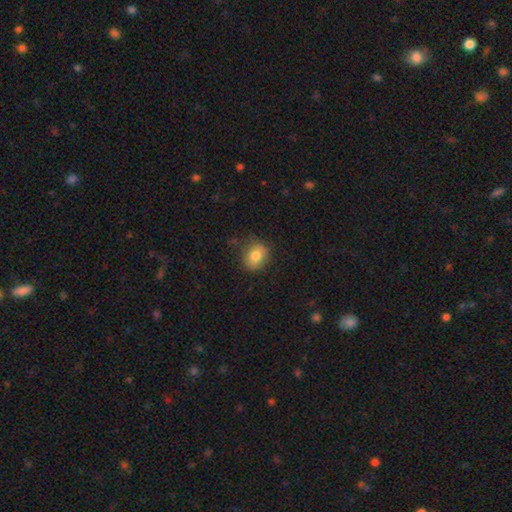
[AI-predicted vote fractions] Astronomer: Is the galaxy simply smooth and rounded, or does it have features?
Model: smooth — 80%.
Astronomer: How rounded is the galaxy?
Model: round — 56% (runner-up: in between, 42%).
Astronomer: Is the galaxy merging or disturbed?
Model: none — 77%.